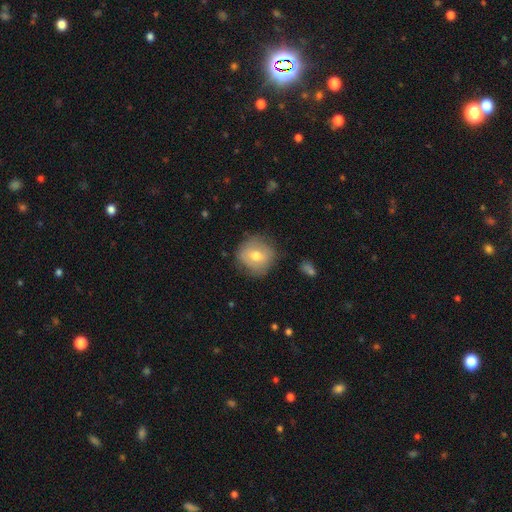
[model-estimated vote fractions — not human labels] Smooth or featured: smooth — 63% (featured or disk — 29%)
How rounded: round — 87% (in between — 12%)
Merging: none — 74% (minor disturbance — 19%)